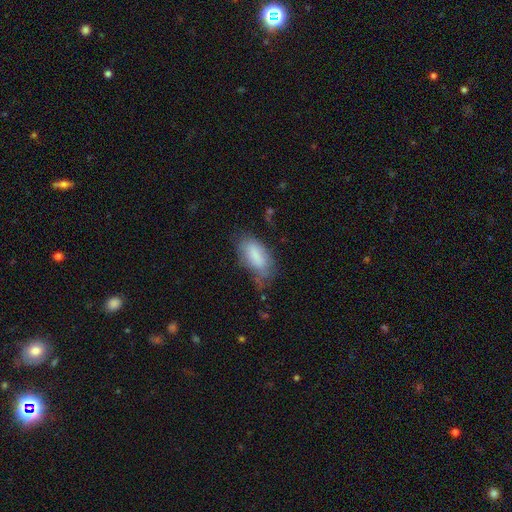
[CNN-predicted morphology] type=smooth (79%); roundness=in between (88%); merging=none (49%).